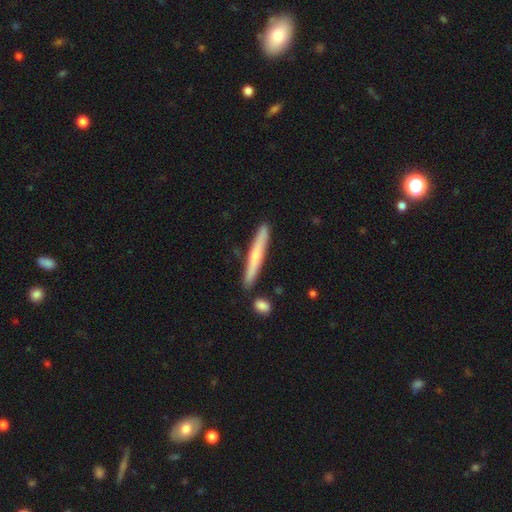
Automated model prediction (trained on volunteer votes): smooth 55%, featured or disk 39%, star or artifact 5%. Down the decision tree: how rounded — cigar-shaped (96%); merging — none (85%).